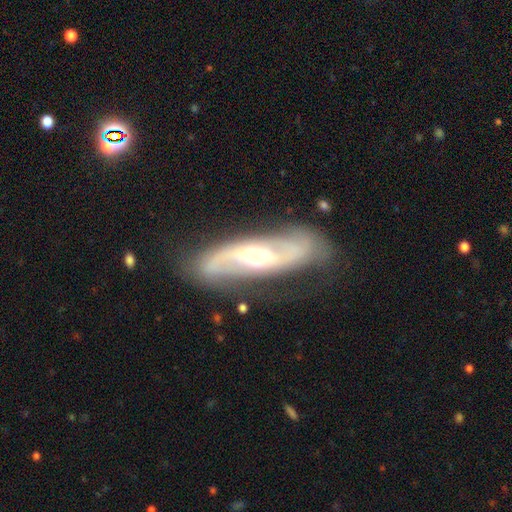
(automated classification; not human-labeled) A featured or disk galaxy (85%) with a weak bar (42%), 2 (89%) medium (48%) spiral arms (95%) and a moderate central bulge (60%). Merging: none (77%).